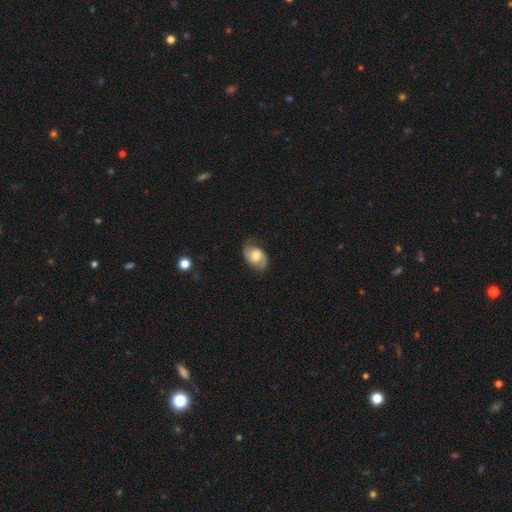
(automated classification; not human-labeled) This appears to be a featured or disk galaxy (67%) with no bar (51%), 2 (88%) medium (47%) spiral arms (92%) and a moderate central bulge (53%). Merging: none (74%).